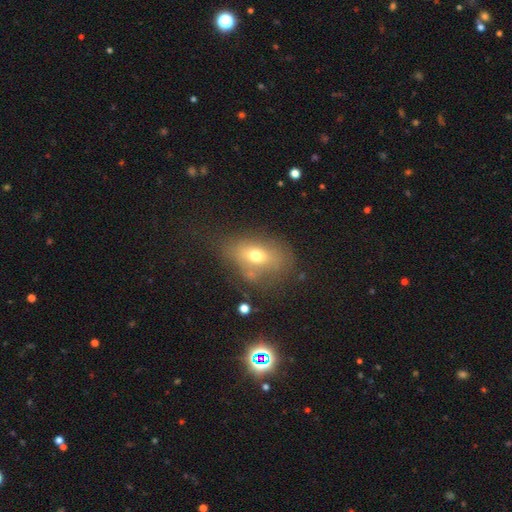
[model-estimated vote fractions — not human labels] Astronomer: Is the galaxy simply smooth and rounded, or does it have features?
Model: smooth — 64%.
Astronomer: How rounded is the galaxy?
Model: in between — 76%.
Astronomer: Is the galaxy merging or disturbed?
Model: none — 50% (runner-up: minor disturbance, 25%).